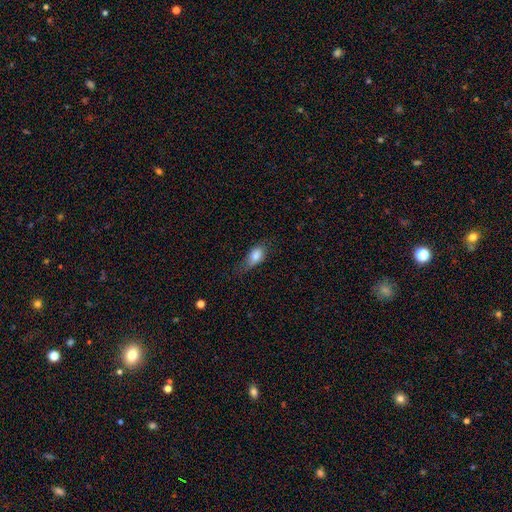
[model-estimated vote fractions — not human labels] smooth 79%, featured or disk 13%, star or artifact 8%. Down the decision tree: how rounded — in between (84%); merging — none (51%).